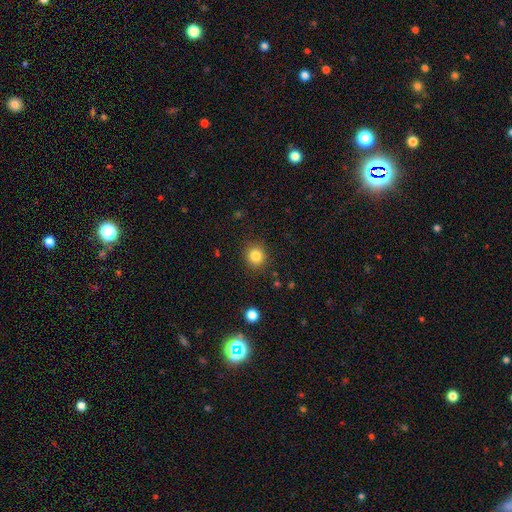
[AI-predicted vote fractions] Smooth or featured? Predicted: smooth (p=0.83). How rounded? Predicted: round (p=0.89). Merging? Predicted: none (p=0.89).